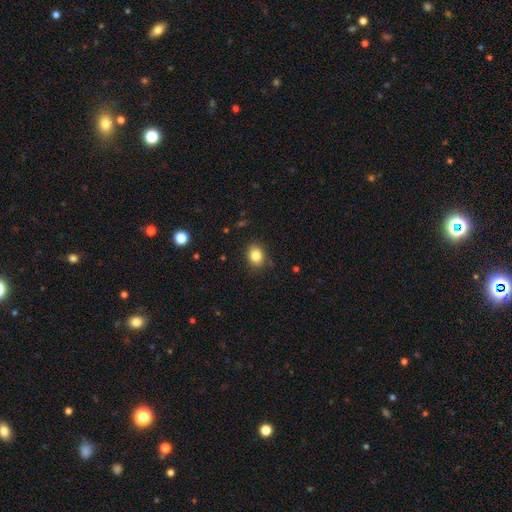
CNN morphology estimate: Smooth or featured?
  - smooth: 84% *
  - star or artifact: 10%
  - featured or disk: 6%
How rounded?
  - round: 52% *
  - in between: 47%
  - cigar-shaped: 1%
Merging?
  - none: 85% *
  - minor disturbance: 11%
  - major disturbance: 2%
  - merger: 1%